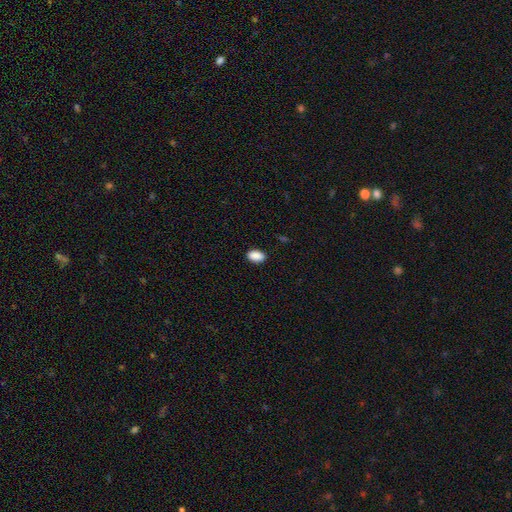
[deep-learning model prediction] Overall: smooth (90%). How rounded: in between (91%). Merging: none (88%).